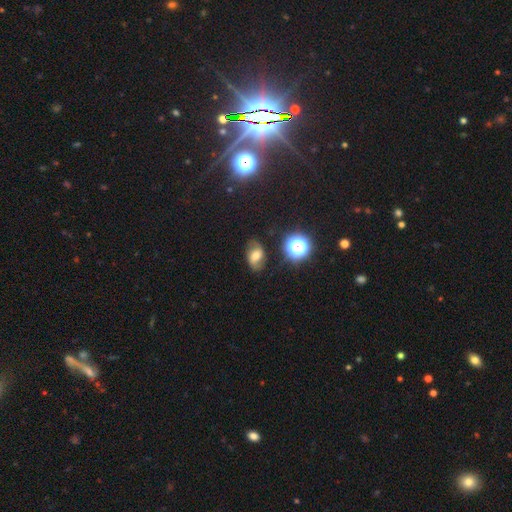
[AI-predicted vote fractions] smooth_or_featured: smooth (p=0.52) [alt: featured or disk p=0.31]
how_rounded: in between (p=0.77) [alt: round p=0.21]
merging: none (p=0.74) [alt: minor disturbance p=0.18]